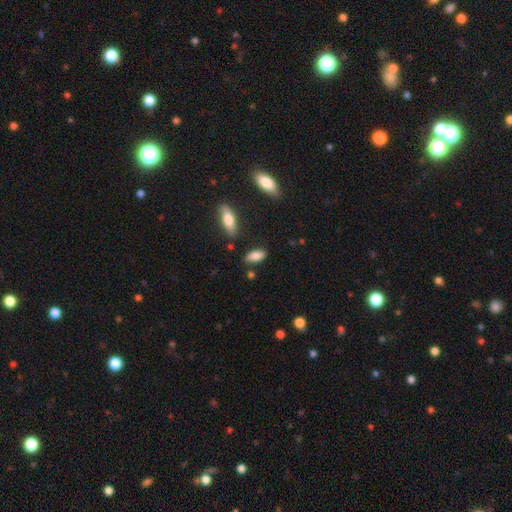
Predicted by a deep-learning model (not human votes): This appears to be a smooth galaxy with no disk features (82%) that is in between round and cigar-shaped (84%). Merging: none (80%).